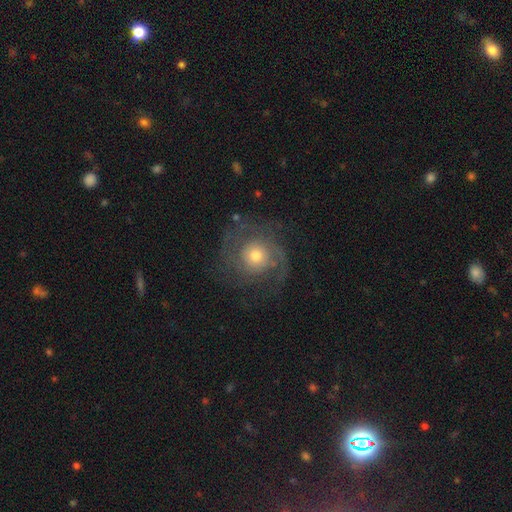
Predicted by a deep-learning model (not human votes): A featured or disk galaxy (71%) with no bar (81%), 2 (47%) tight (44%) spiral arms (88%) and a moderate central bulge (61%). Merging: none (69%).